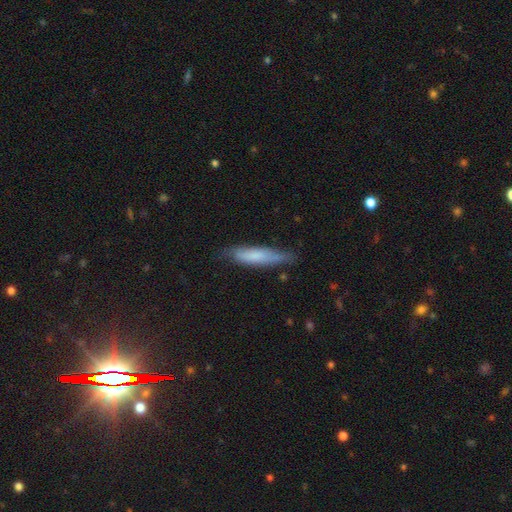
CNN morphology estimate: type=smooth (69%); roundness=cigar-shaped (81%); merging=none (68%).